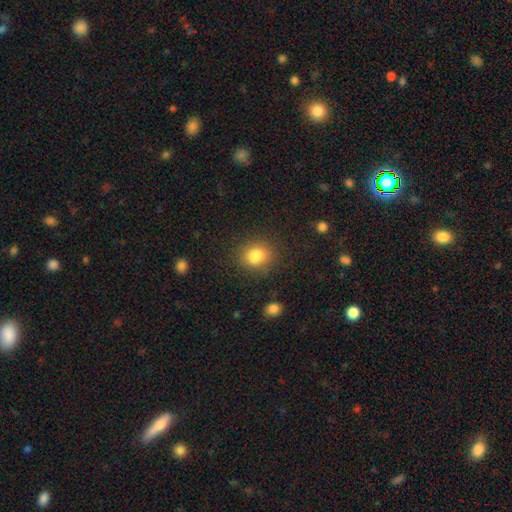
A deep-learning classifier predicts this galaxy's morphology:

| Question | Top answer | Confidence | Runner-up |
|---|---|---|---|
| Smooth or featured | smooth | 83% | star or artifact (10%) |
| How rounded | round | 60% | in between (39%) |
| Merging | none | 79% | minor disturbance (13%) |